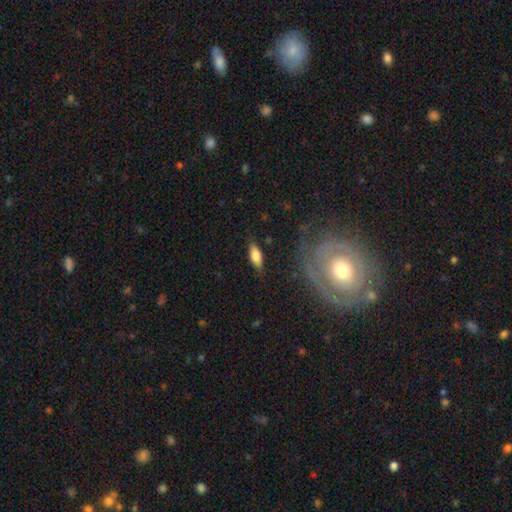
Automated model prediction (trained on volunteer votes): This is likely a smooth galaxy (74%). How rounded: likely in between (79%). Merging: likely none (78%).